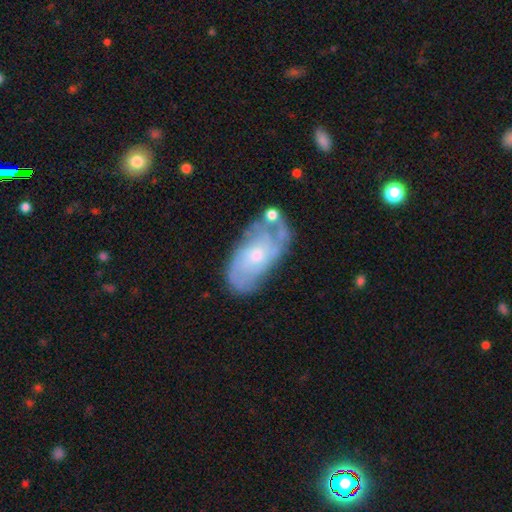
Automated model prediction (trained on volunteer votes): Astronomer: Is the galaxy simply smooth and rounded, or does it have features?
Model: featured or disk — 73%.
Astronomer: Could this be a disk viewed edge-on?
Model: no — 94%.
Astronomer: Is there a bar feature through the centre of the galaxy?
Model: no — 71%.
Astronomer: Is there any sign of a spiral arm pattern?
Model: yes — 84%.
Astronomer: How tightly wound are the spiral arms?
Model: tight — 46% (runner-up: medium, 38%).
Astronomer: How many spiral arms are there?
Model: can't tell — 41% (runner-up: 2, 36%).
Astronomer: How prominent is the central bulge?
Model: small — 55% (runner-up: moderate, 39%).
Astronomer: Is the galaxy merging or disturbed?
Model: none — 57%.